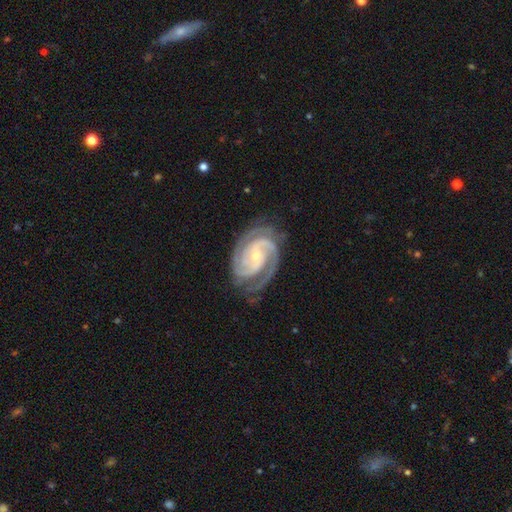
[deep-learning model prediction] Smooth or featured: featured or disk — 93% (star or artifact — 4%)
Edge-on disk: no — 98% (yes — 2%)
Bar: no — 55% (weak — 30%)
Spiral arms: yes — 99% (no — 1%)
Spiral winding: tight — 65% (medium — 31%)
Spiral arm count: 2 — 45% (3 — 34%)
Bulge size: small — 67% (moderate — 30%)
Merging: none — 75% (minor disturbance — 18%)